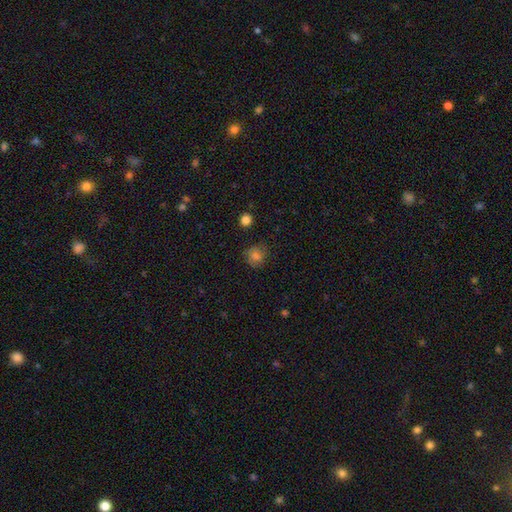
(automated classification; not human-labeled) A smooth galaxy with no disk features (77%) that is round (78%). Merging: none (73%).